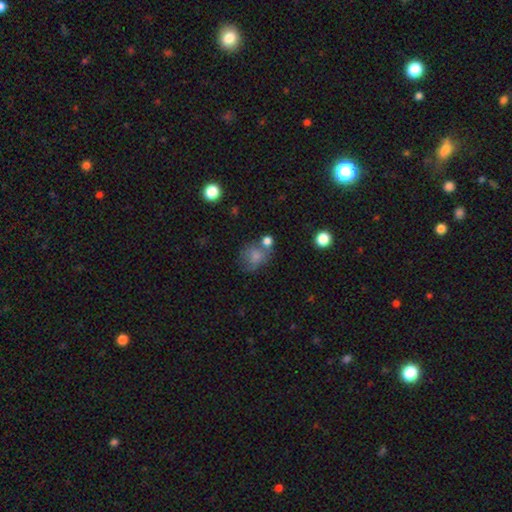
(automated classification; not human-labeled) smooth-or-featured: smooth: 72% | featured or disk: 16% | star or artifact: 12%
  how-rounded: round: 61% | in between: 38% | cigar-shaped: 1%
  merging: none: 43% | minor disturbance: 22% | merger: 21% | major disturbance: 15%